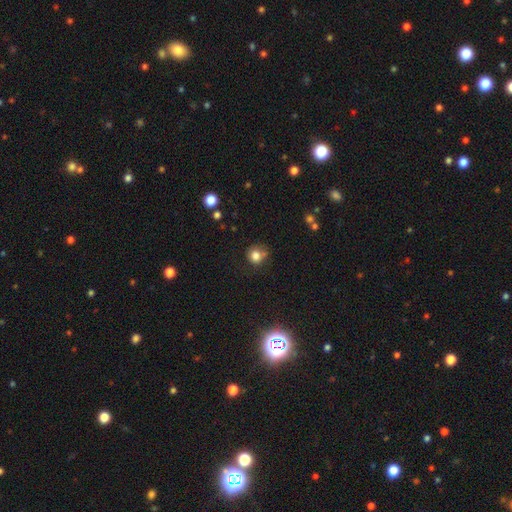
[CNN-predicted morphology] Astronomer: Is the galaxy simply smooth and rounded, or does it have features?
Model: smooth — 80%.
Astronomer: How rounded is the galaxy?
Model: round — 83%.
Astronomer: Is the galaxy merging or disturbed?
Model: none — 58%.